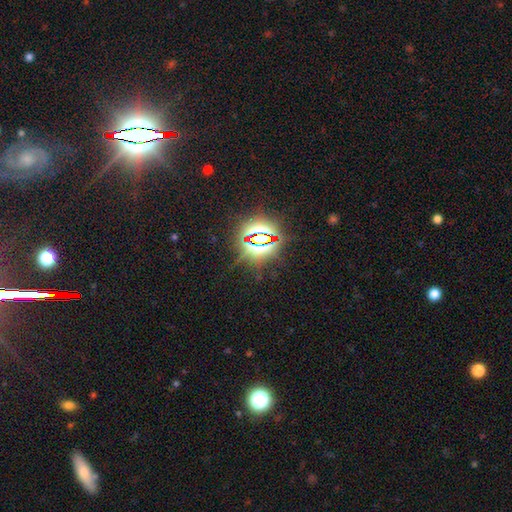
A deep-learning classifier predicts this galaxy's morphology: This appears to be a star or artifact, not a galaxy (84%).